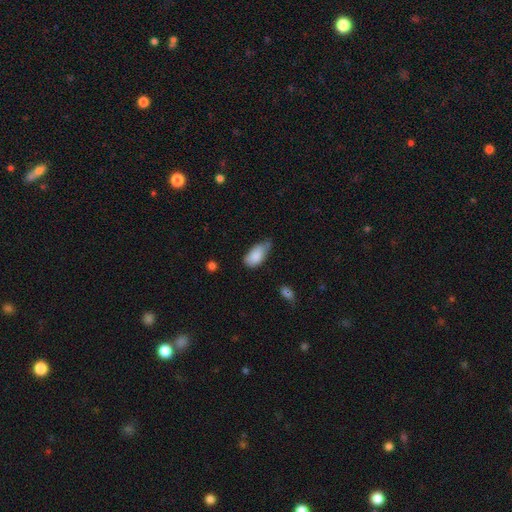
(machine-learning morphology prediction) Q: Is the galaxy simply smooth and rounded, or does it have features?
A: smooth — 84%.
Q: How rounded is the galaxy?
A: in between — 93%.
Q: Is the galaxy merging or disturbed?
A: minor disturbance — 49%.